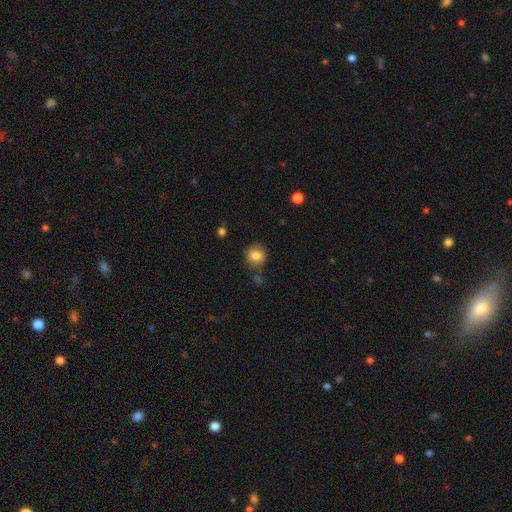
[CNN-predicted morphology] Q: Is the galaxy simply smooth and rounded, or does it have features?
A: smooth — 82%.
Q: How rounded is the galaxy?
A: round — 81%.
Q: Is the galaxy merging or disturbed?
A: none — 70%.